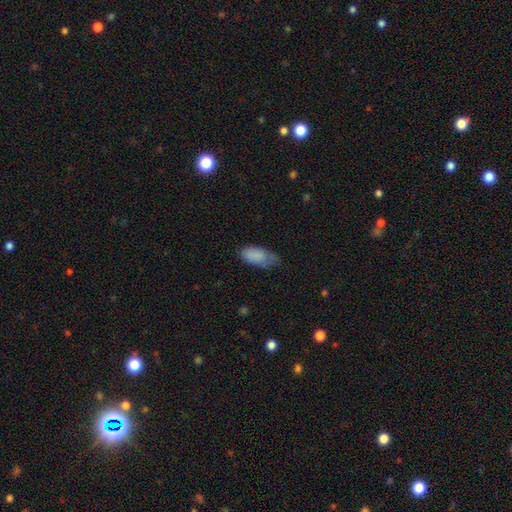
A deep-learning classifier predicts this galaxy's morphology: Smooth or featured: smooth — 86% (featured or disk — 8%)
How rounded: in between — 92% (cigar-shaped — 6%)
Merging: none — 45% (minor disturbance — 41%)